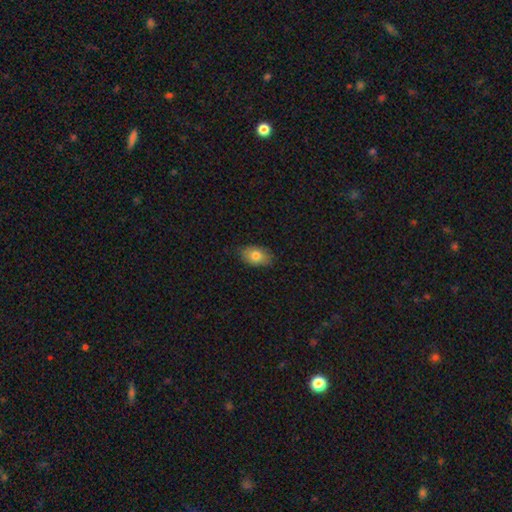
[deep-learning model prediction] smooth-or-featured: smooth: 79% | featured or disk: 13% | star or artifact: 8%
  how-rounded: in between: 89% | round: 10% | cigar-shaped: 2%
  merging: none: 83% | minor disturbance: 13% | major disturbance: 2% | merger: 1%